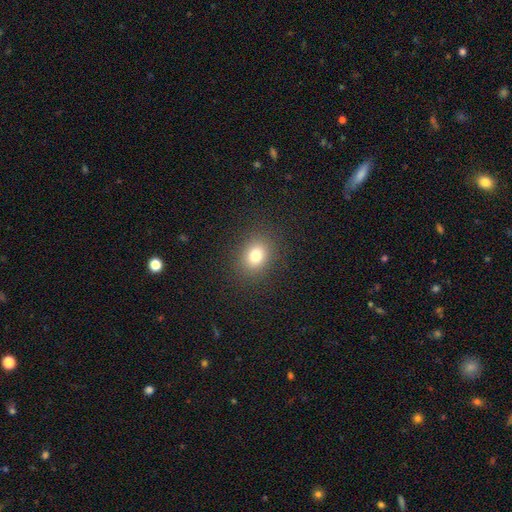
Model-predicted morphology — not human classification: The model was most divided on "how rounded": round: 55%, in between: 44%, cigar-shaped: 1%. More confident: merging — none (88%); smooth or featured — smooth (78%).